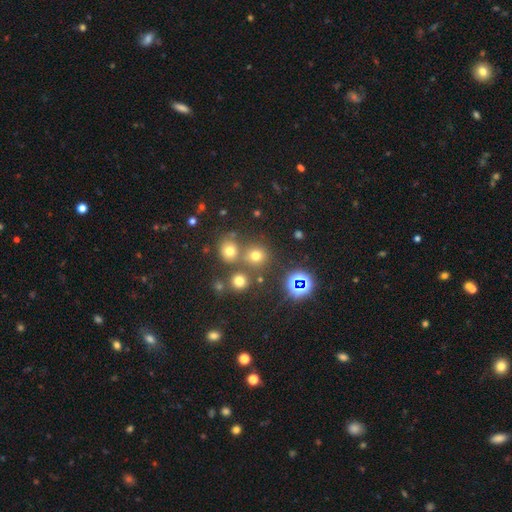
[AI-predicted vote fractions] This appears to be a smooth galaxy with no disk features (64%) that is round (86%). Merging: none (68%).